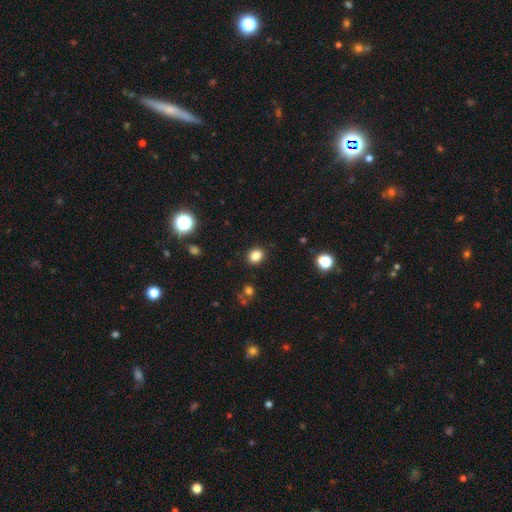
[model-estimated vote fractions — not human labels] smooth 84%, star or artifact 12%, featured or disk 5%. Down the decision tree: how rounded — round (54%); merging — none (89%).